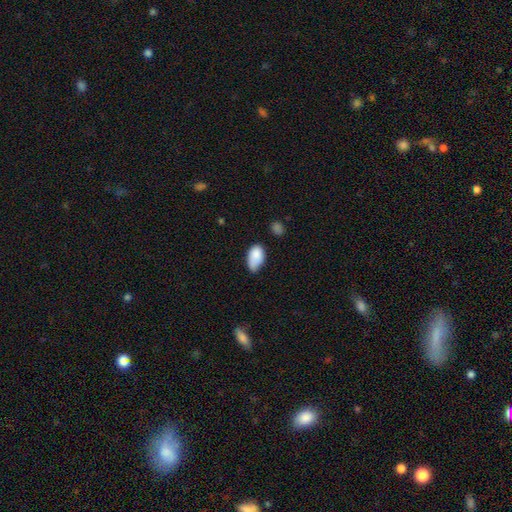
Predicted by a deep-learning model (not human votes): The model was most divided on "merging": minor disturbance: 45%, none: 42%, major disturbance: 9%, merger: 4%. More confident: how rounded — in between (93%); smooth or featured — smooth (85%).